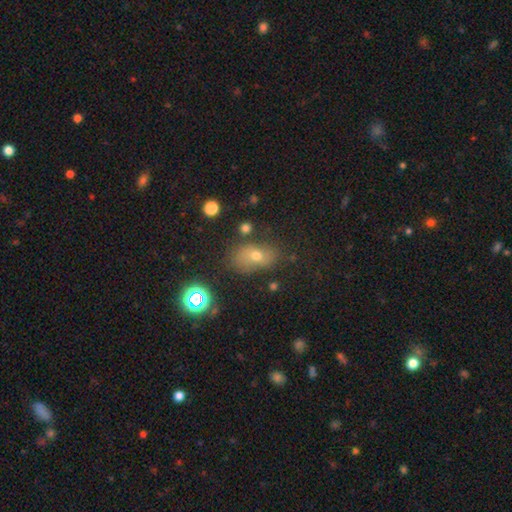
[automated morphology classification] This is likely a smooth galaxy (62%). How rounded: likely in between (76%). Merging: likely none (66%).